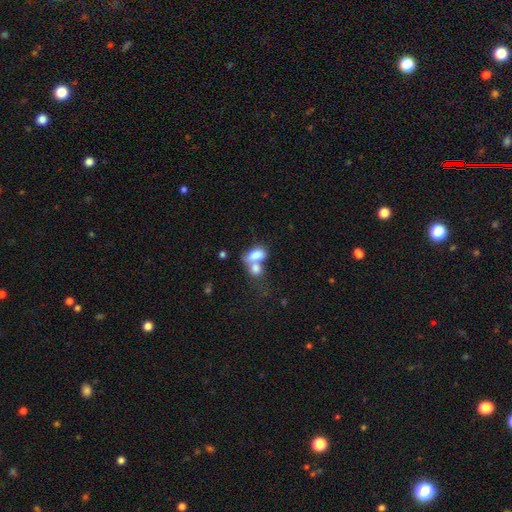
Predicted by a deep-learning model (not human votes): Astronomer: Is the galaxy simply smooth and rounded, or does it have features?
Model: smooth — 78%.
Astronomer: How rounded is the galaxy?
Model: in between — 86%.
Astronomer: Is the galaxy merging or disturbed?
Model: merger — 64%.